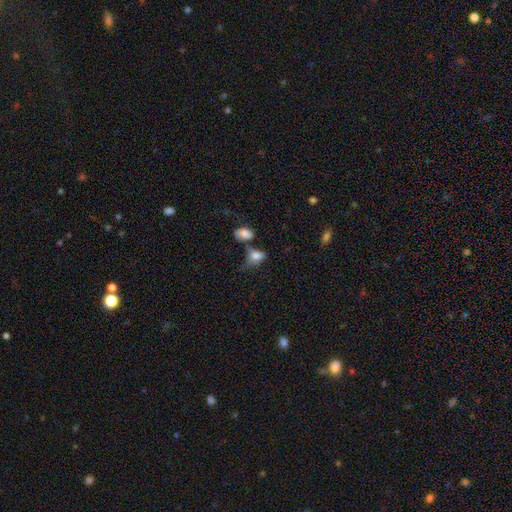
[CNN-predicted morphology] A smooth galaxy with no disk features (76%) that is in between round and cigar-shaped (77%). Merging: none (32%).